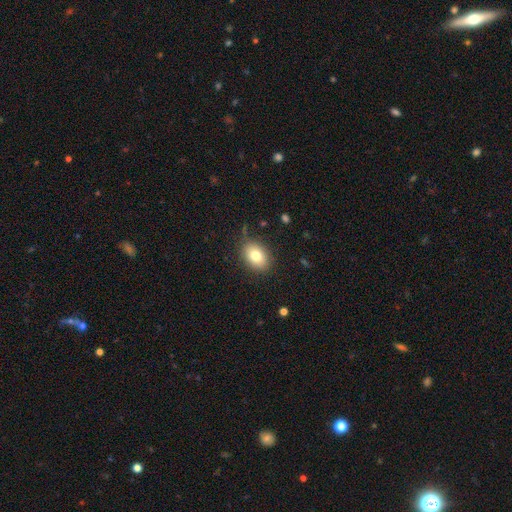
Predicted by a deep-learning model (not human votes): Smooth or featured? Predicted: smooth (p=0.79). How rounded? Predicted: in between (p=0.70). Merging? Predicted: none (p=0.83).